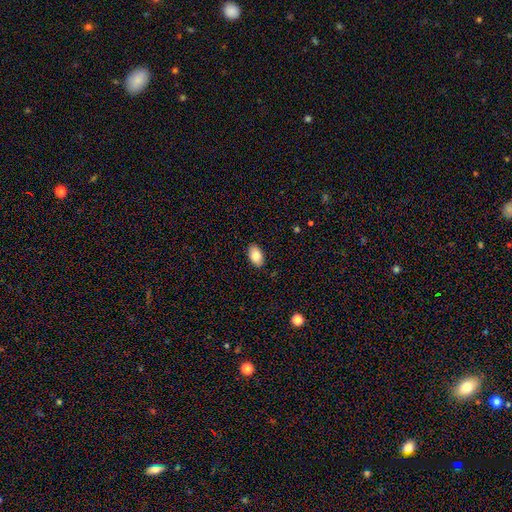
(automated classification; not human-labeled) The model was most divided on "smooth or featured": smooth: 83%, featured or disk: 11%, star or artifact: 7%. More confident: how rounded — in between (94%); merging — none (88%).